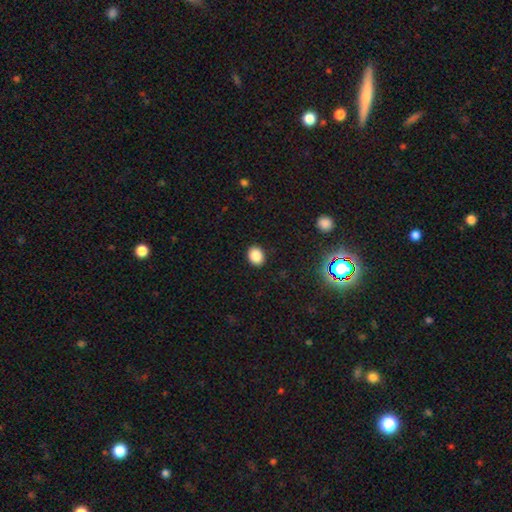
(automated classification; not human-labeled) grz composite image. It shows a smooth galaxy with no disk features (86%) that is round (53%). Merging: none (91%).